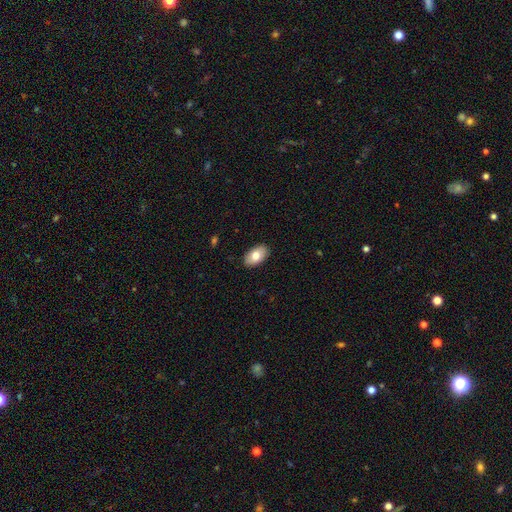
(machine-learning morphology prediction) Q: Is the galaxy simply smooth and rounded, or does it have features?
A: smooth — 77%.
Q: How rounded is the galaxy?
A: in between — 94%.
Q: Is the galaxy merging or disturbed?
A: none — 89%.